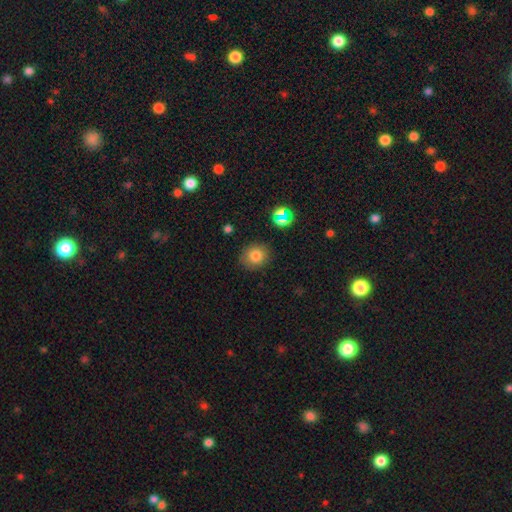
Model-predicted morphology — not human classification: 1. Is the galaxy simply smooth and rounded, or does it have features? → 77% smooth, 14% star or artifact, 9% featured or disk.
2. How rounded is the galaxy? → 74% round, 25% in between, 1% cigar-shaped.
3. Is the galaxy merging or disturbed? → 85% none, 10% minor disturbance, 3% major disturbance, 2% merger.